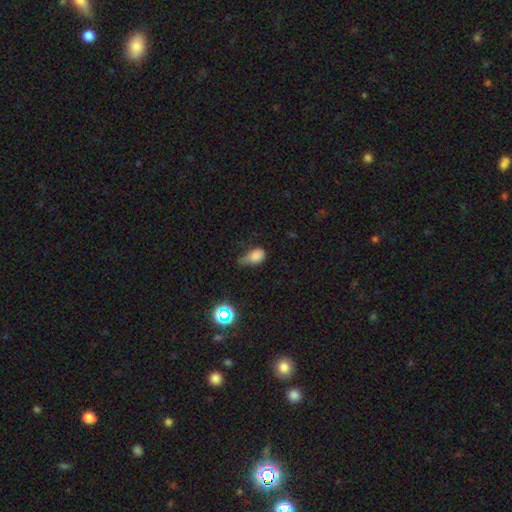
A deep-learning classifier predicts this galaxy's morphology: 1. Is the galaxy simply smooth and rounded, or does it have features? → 77% smooth, 13% star or artifact, 11% featured or disk.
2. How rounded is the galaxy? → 75% in between, 22% round, 3% cigar-shaped.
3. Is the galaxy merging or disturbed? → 46% minor disturbance, 29% major disturbance, 20% none, 4% merger.